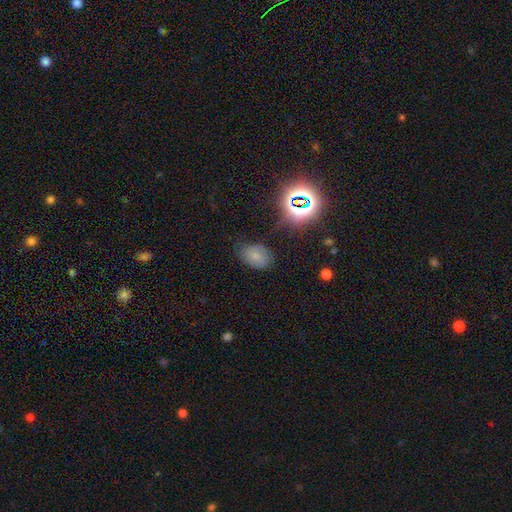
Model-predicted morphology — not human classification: Smooth or featured? Predicted: smooth (p=0.66). How rounded? Predicted: in between (p=0.77). Merging? Predicted: none (p=0.74).